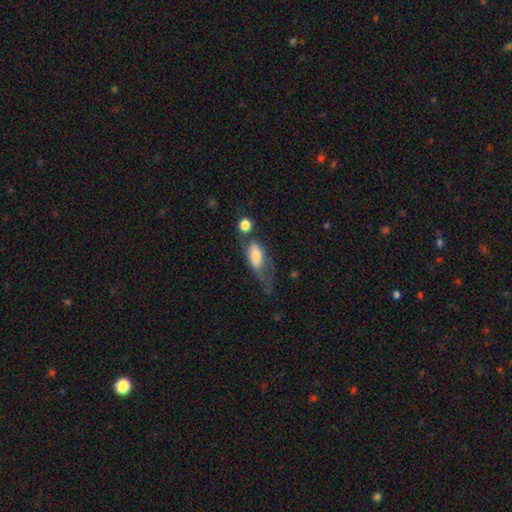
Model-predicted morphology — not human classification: Smooth or featured: smooth — 69% (featured or disk — 23%)
How rounded: in between — 82% (cigar-shaped — 13%)
Merging: major disturbance — 34% (none — 24%)